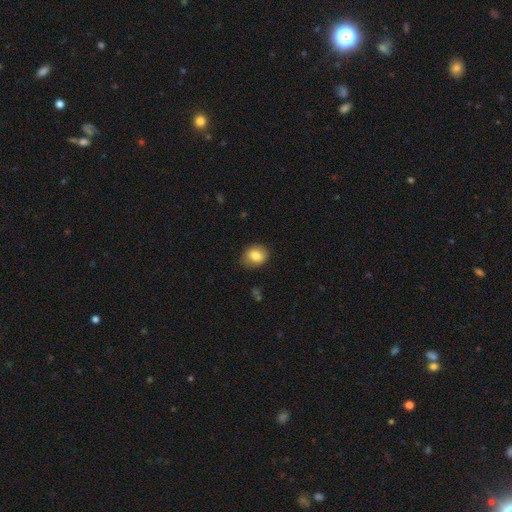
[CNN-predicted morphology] Smooth or featured? Predicted: smooth (p=0.81). How rounded? Predicted: round (p=0.61). Merging? Predicted: none (p=0.81).